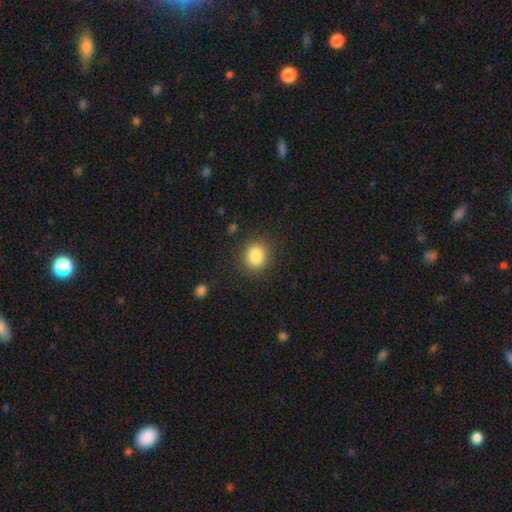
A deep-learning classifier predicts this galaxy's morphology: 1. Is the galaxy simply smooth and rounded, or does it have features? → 85% smooth, 10% star or artifact, 6% featured or disk.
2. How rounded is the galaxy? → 75% round, 24% in between, 1% cigar-shaped.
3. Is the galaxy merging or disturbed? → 88% none, 8% minor disturbance, 3% major disturbance, 1% merger.